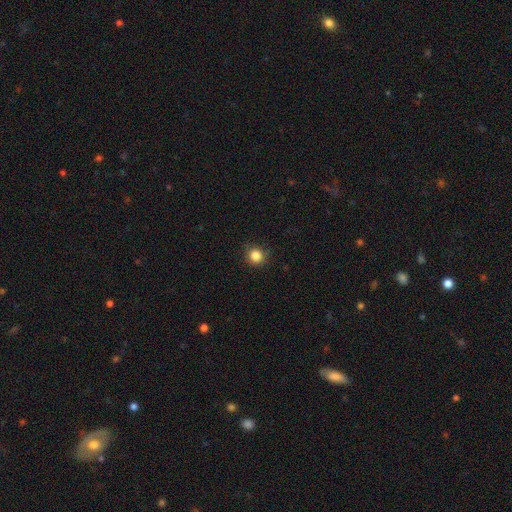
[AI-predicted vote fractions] Smooth or featured?
  - smooth: 85% *
  - star or artifact: 11%
  - featured or disk: 4%
How rounded?
  - round: 92% *
  - in between: 7%
  - cigar-shaped: 1%
Merging?
  - none: 86% *
  - minor disturbance: 10%
  - major disturbance: 3%
  - merger: 1%